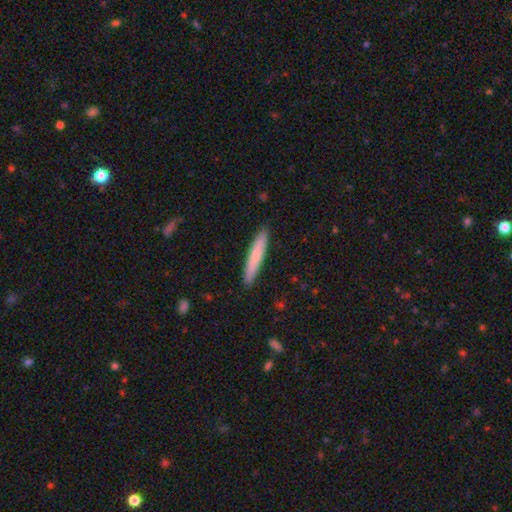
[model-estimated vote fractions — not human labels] This is likely a smooth galaxy (72%). How rounded: clearly cigar-shaped (93%). Merging: clearly none (91%).